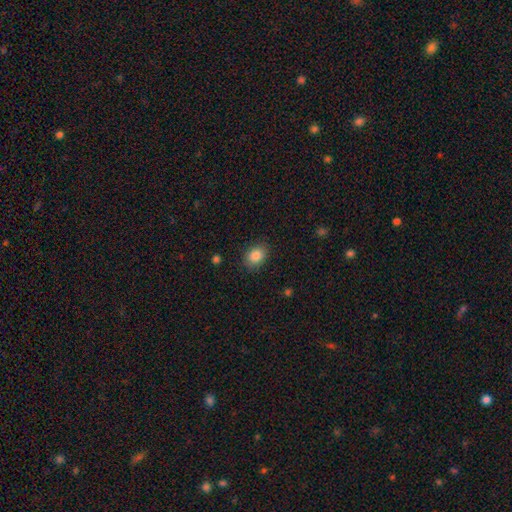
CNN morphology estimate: A smooth galaxy with no disk features (85%) that is in between round and cigar-shaped (64%).

Vote fractions:
- Smooth or featured? smooth: 85% / star or artifact: 9% / featured or disk: 5%
- How rounded? in between: 64% / round: 35% / cigar-shaped: 1%
- Merging? none: 86% / minor disturbance: 10% / major disturbance: 3% / merger: 1%